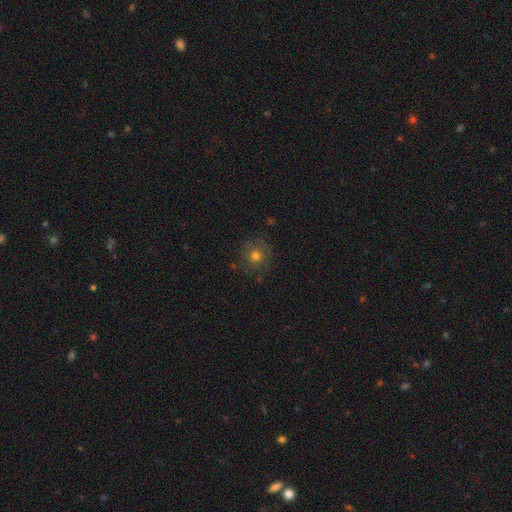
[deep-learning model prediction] smooth 61%, featured or disk 26%, star or artifact 13%. Down the decision tree: how rounded — round (92%); merging — none (77%).